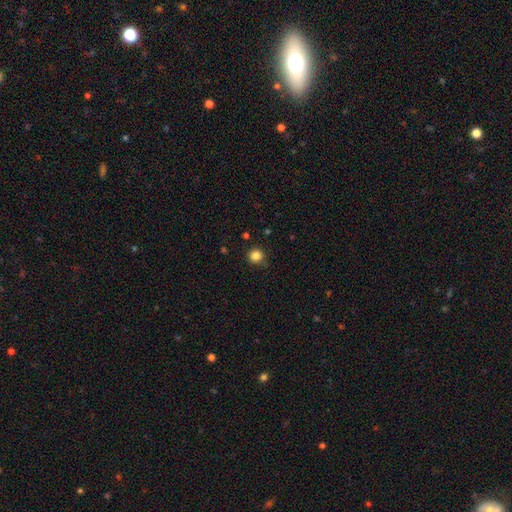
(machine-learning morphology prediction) This appears to be a smooth galaxy with no disk features (84%) that is round (93%). Merging: none (86%).